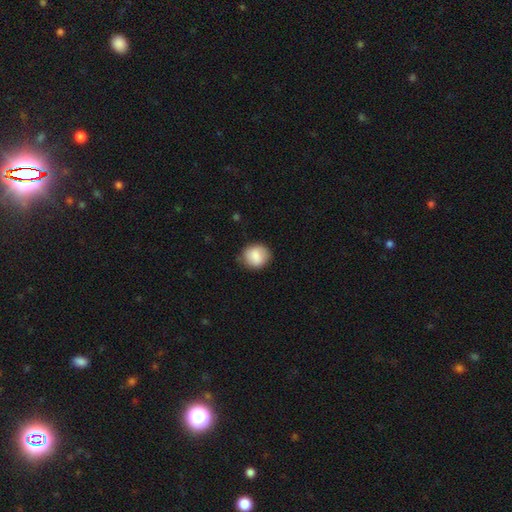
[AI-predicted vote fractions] A smooth galaxy with no disk features (84%) that is round (78%).

Vote fractions:
- Smooth or featured? smooth: 84% / featured or disk: 9% / star or artifact: 7%
- How rounded? round: 78% / in between: 21% / cigar-shaped: 1%
- Merging? none: 79% / minor disturbance: 16% / major disturbance: 3% / merger: 1%